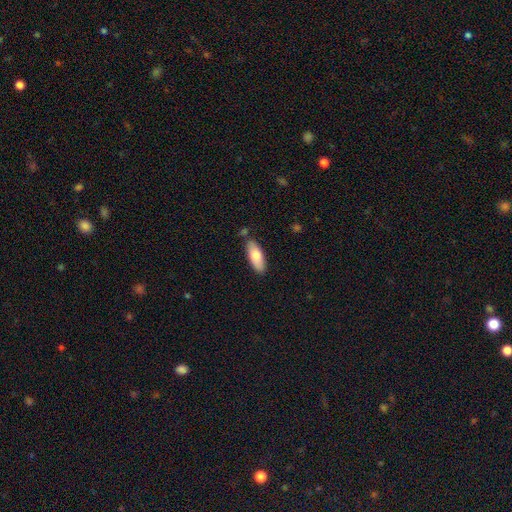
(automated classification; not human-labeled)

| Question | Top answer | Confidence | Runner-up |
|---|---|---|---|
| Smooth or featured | smooth | 77% | featured or disk (18%) |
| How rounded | in between | 73% | cigar-shaped (25%) |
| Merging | none | 79% | minor disturbance (14%) |